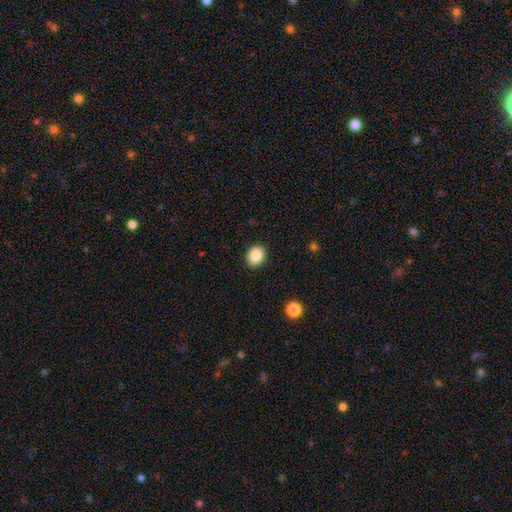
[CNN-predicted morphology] smooth_or_featured: smooth (p=0.86) [alt: star or artifact p=0.08]
how_rounded: in between (p=0.59) [alt: round p=0.40]
merging: none (p=0.90) [alt: minor disturbance p=0.07]